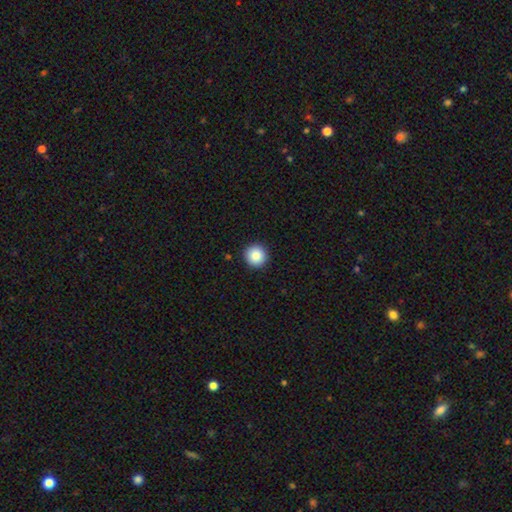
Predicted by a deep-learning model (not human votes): A smooth galaxy with no disk features (86%) that is round (95%).

Vote fractions:
- Smooth or featured? smooth: 86% / star or artifact: 9% / featured or disk: 5%
- How rounded? round: 95% / in between: 4% / cigar-shaped: 1%
- Merging? none: 93% / minor disturbance: 5% / major disturbance: 1% / merger: 1%